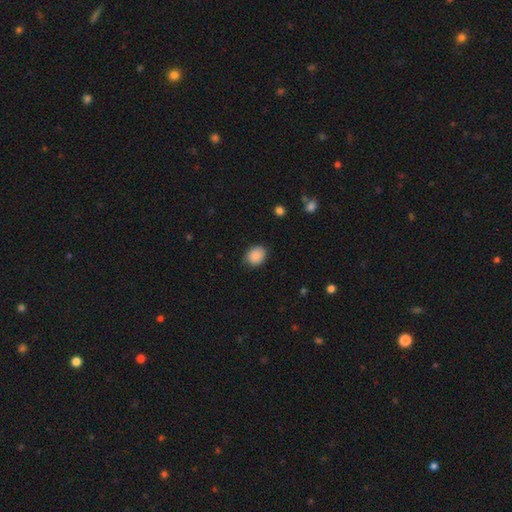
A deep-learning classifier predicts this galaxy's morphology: Overall: smooth (89%). How rounded: round (56%; in between 43%). Merging: none (84%).